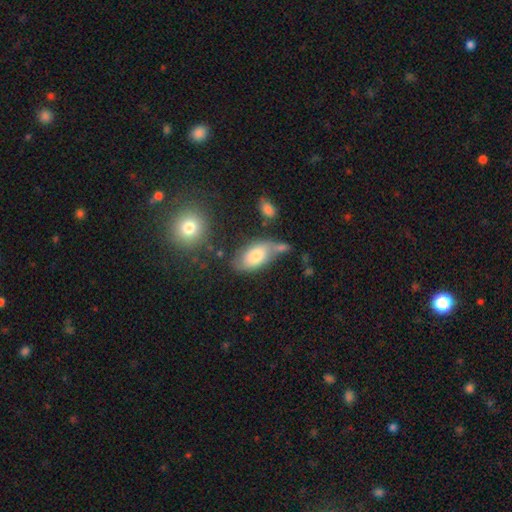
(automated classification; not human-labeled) Smooth or featured? smooth (66%)
How rounded? in between (92%)
Merging? none (49%)